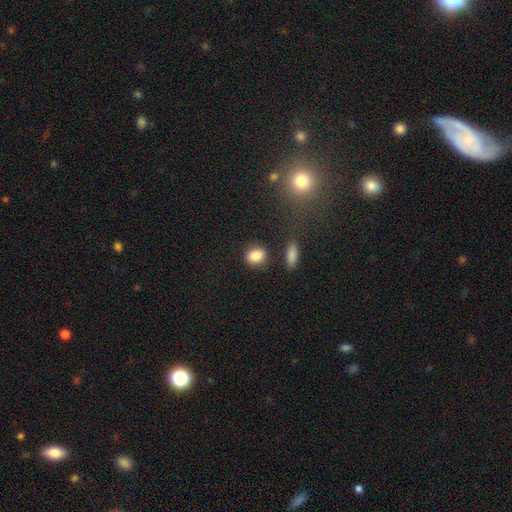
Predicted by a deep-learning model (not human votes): Smooth or featured: smooth — 86% (star or artifact — 9%)
How rounded: round — 50% (in between — 47%)
Merging: none — 79% (minor disturbance — 12%)